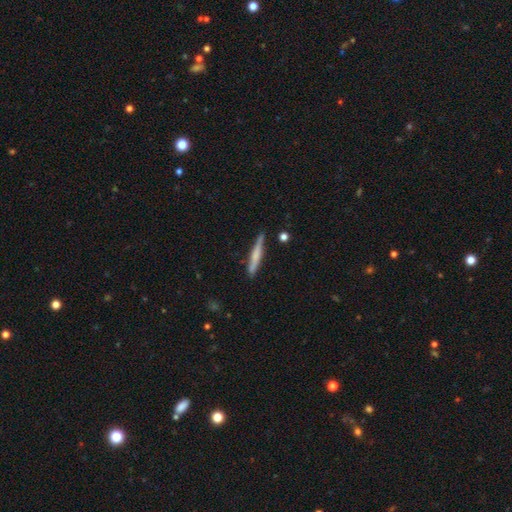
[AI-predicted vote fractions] smooth-or-featured: smooth: 54% | featured or disk: 40% | star or artifact: 6%
  how-rounded: cigar-shaped: 94% | in between: 4% | round: 2%
  merging: none: 83% | minor disturbance: 13% | merger: 2% | major disturbance: 2%